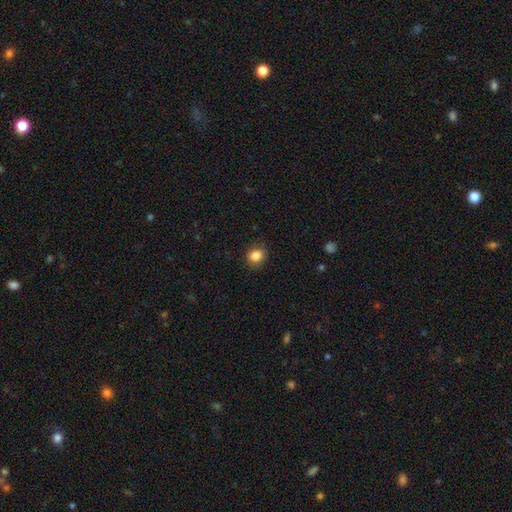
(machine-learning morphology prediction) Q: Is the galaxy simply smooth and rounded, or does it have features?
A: smooth — 85%.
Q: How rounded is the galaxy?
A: round — 75%.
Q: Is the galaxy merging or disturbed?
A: none — 88%.